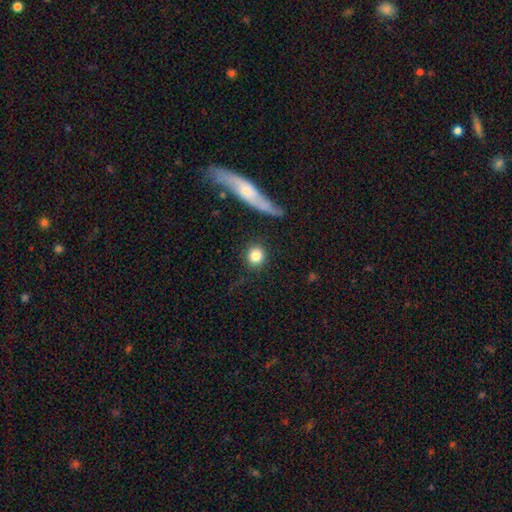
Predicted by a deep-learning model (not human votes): Overall: smooth (83%). How rounded: round (87%). Merging: none (87%).